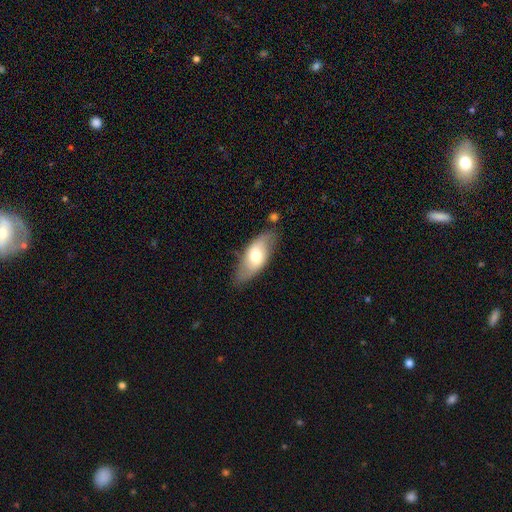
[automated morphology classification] A smooth galaxy with no disk features (55%) that is in between round and cigar-shaped (86%).

Vote fractions:
- Smooth or featured? smooth: 55% / featured or disk: 38% / star or artifact: 6%
- How rounded? in between: 86% / cigar-shaped: 11% / round: 3%
- Merging? none: 71% / minor disturbance: 20% / major disturbance: 5% / merger: 3%